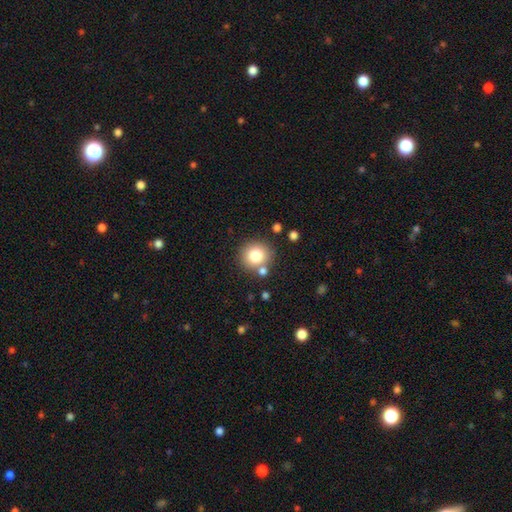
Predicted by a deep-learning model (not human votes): smooth 80%, star or artifact 11%, featured or disk 9%. Down the decision tree: how rounded — round (89%); merging — none (77%).